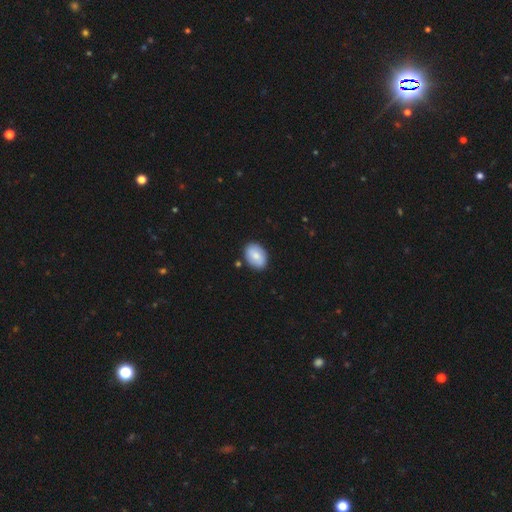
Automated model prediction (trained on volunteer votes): This appears to be a smooth galaxy with no disk features (78%) that is in between round and cigar-shaped (81%). Merging: none (85%).